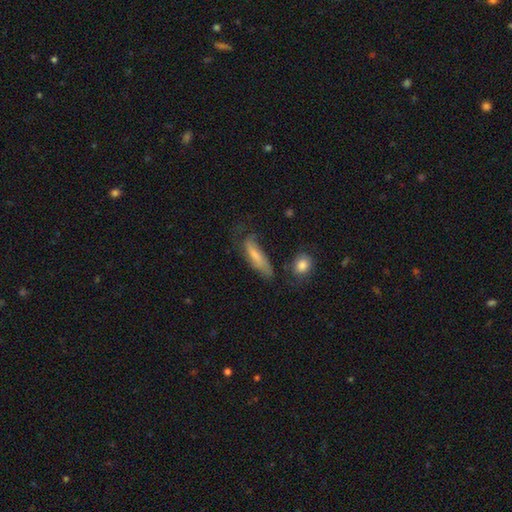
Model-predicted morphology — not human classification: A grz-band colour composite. It shows a smooth galaxy with no disk features (58%) that is cigar-shaped (53%). Merging: none (41%).